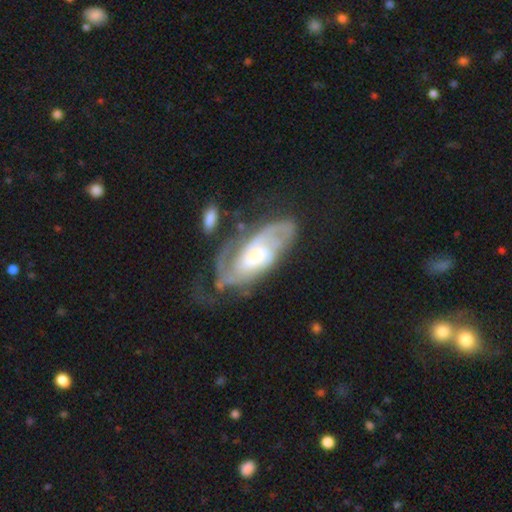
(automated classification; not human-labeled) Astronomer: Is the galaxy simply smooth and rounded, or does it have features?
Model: featured or disk — 83%.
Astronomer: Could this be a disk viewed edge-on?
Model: no — 94%.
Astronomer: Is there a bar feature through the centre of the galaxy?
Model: no — 52% (runner-up: weak, 36%).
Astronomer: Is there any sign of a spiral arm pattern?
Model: yes — 93%.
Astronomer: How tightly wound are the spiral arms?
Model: tight — 49% (runner-up: medium, 38%).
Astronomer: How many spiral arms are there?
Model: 2 — 52%.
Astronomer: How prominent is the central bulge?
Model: moderate — 43% (runner-up: small, 35%).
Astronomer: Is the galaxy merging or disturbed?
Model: none — 46% (runner-up: major disturbance, 24%).